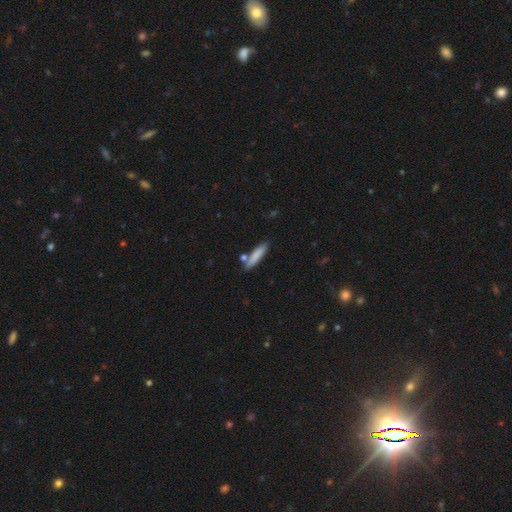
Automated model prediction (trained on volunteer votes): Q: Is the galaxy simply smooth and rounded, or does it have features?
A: smooth — 81%.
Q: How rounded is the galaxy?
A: cigar-shaped — 83%.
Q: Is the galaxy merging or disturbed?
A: none — 78%.